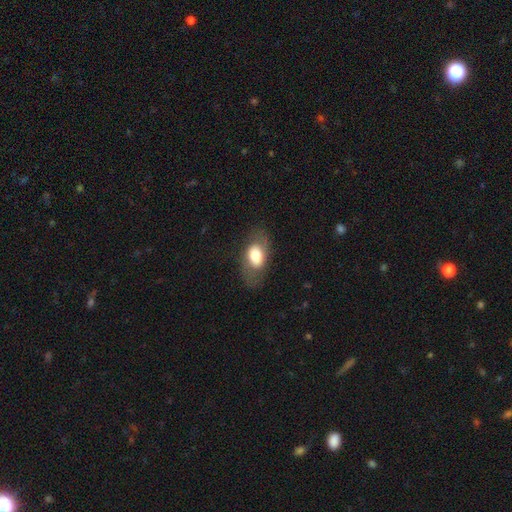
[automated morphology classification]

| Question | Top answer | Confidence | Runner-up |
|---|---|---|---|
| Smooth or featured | smooth | 61% | featured or disk (32%) |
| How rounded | in between | 85% | round (12%) |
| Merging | none | 72% | minor disturbance (16%) |